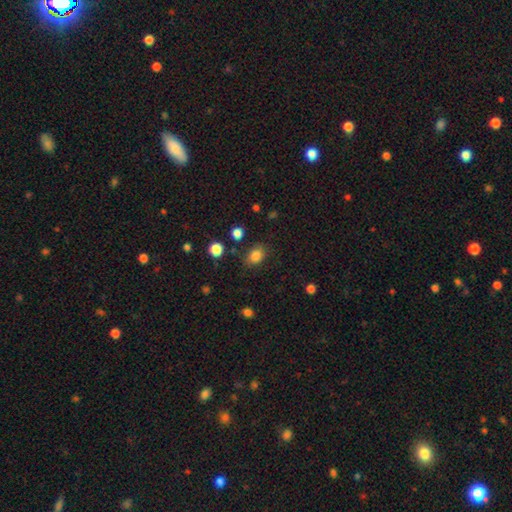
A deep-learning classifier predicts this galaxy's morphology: smooth_or_featured: smooth (p=0.84) [alt: star or artifact p=0.11]
how_rounded: in between (p=0.64) [alt: round p=0.35]
merging: none (p=0.78) [alt: minor disturbance p=0.14]